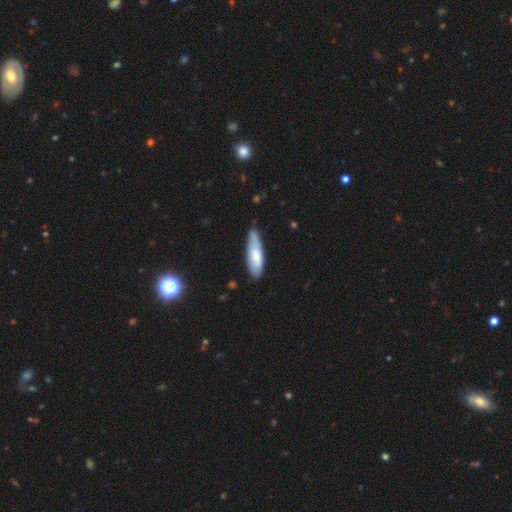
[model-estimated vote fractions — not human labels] Overall: smooth (71%). How rounded: cigar-shaped (56%; in between 43%). Merging: none (68%).